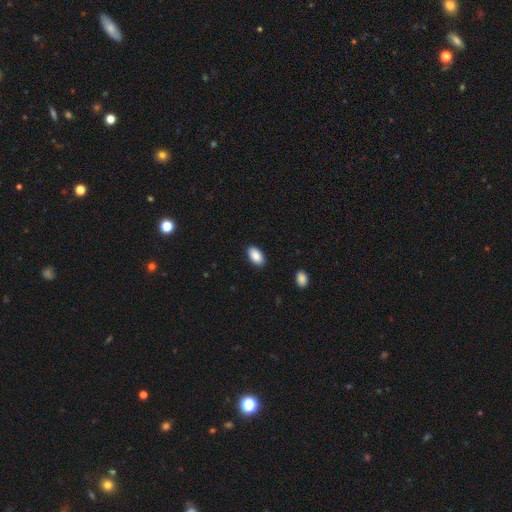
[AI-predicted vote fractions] Q: Smooth or featured?
A: smooth (89%); runner-up: star or artifact (7%)
Q: How rounded?
A: in between (94%); runner-up: round (4%)
Q: Merging?
A: none (88%); runner-up: minor disturbance (8%)